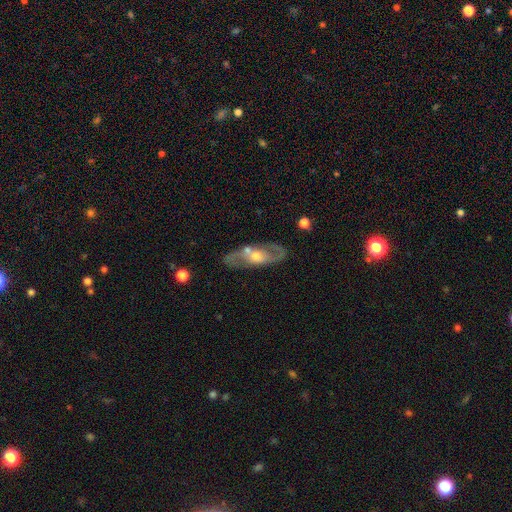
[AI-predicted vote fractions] Smooth or featured? Predicted: featured or disk (p=0.75). Edge-on disk? Predicted: no (p=0.83). Bar? Predicted: no (p=0.65). Spiral arms? Predicted: yes (p=0.69). Bulge size? Predicted: moderate (p=0.62). Merging? Predicted: none (p=0.69).